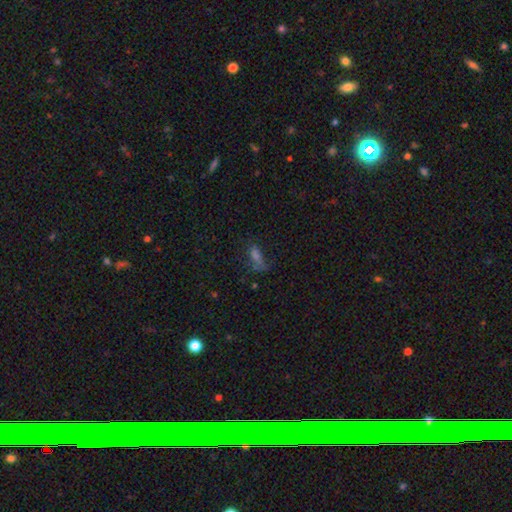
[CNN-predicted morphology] A smooth galaxy with no disk features (50%). Merging: none (46%).